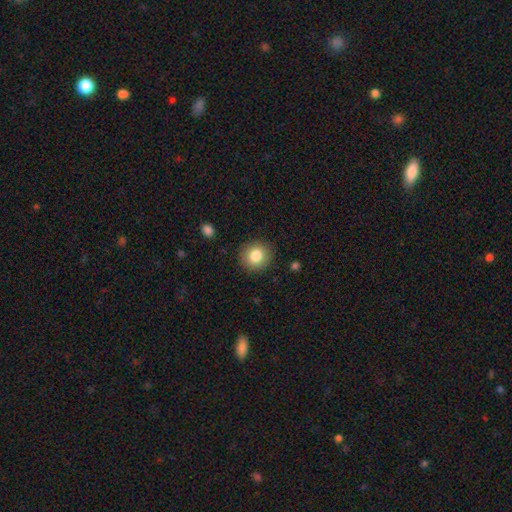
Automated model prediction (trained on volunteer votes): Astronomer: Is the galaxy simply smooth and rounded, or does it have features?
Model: smooth — 82%.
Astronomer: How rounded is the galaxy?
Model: round — 86%.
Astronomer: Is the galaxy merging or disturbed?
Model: none — 89%.